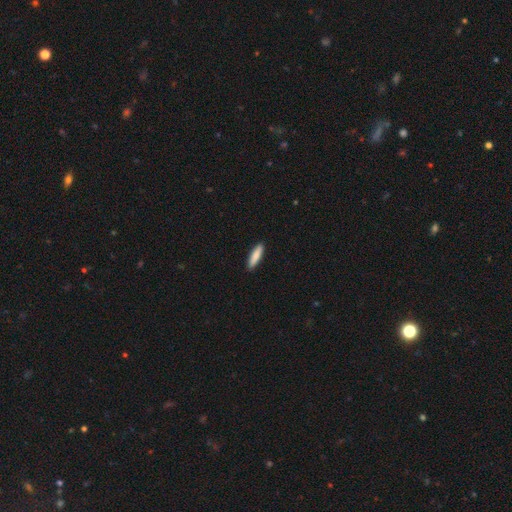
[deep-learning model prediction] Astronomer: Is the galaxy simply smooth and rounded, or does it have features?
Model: smooth — 86%.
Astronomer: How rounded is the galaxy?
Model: cigar-shaped — 78%.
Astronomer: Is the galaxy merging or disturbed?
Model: none — 91%.